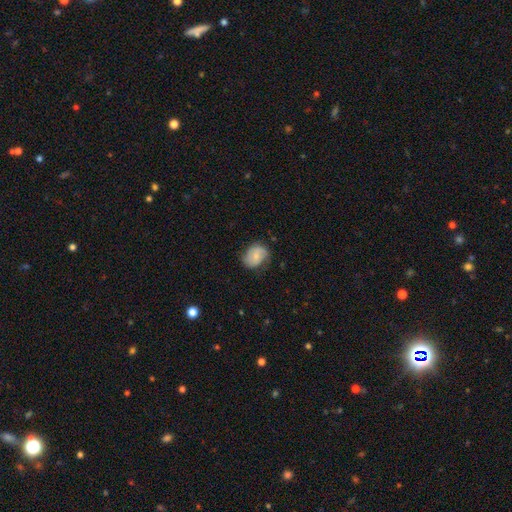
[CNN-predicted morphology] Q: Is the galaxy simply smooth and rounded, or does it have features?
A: featured or disk — 47%.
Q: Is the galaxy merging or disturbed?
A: none — 64%.